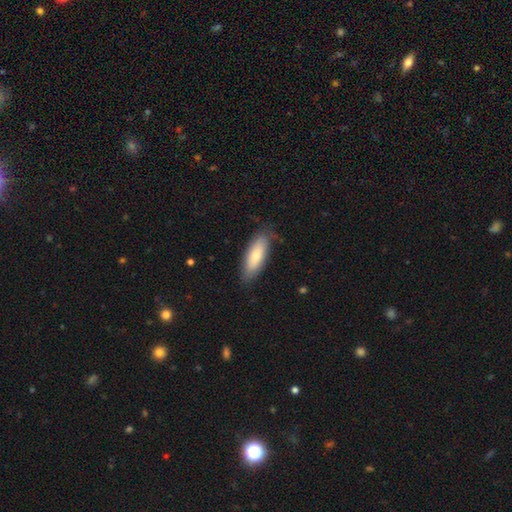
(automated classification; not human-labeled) The model was most divided on "how rounded": in between: 66%, cigar-shaped: 32%, round: 2%. More confident: merging — none (79%); smooth or featured — smooth (76%).